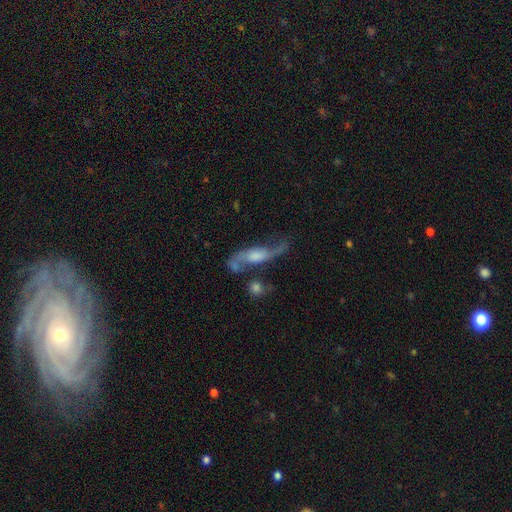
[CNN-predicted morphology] featured or disk 82%, smooth 11%, star or artifact 7%. Down the decision tree: edge-on disk — no (81%); bar — no (51%); spiral arms — yes (94%); spiral arm count — 2 (91%); spiral winding — loose (76%); bulge size — moderate (40%); merging — none (55%).